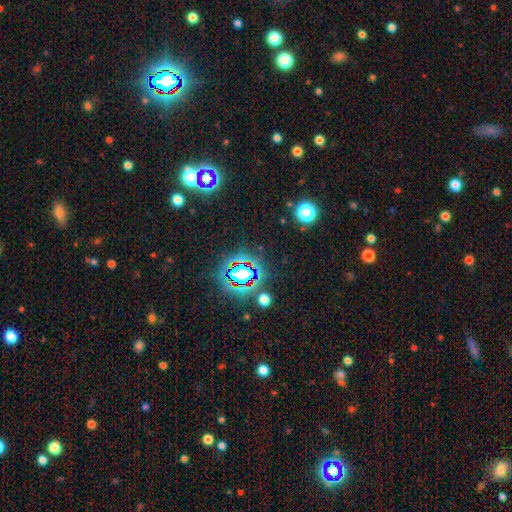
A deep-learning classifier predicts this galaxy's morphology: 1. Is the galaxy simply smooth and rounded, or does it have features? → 81% star or artifact, 12% smooth, 7% featured or disk.